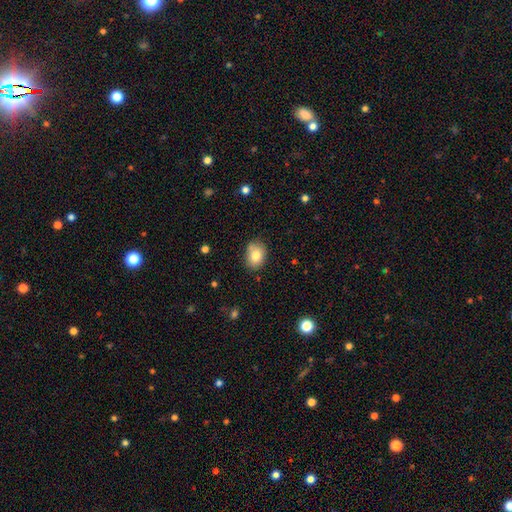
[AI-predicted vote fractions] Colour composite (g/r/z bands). It shows a smooth galaxy with no disk features (81%) that is in between round and cigar-shaped (66%). Merging: none (74%).